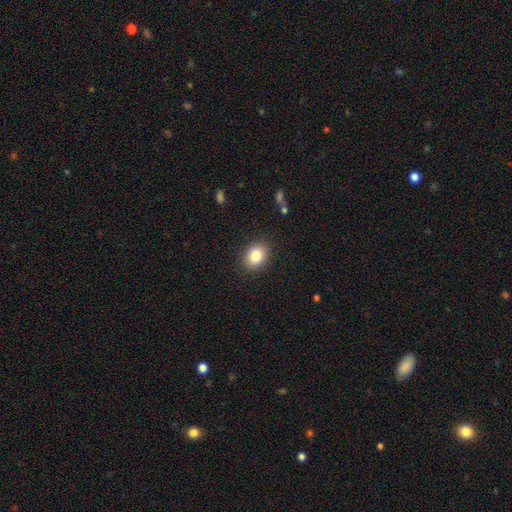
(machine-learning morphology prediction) smooth-or-featured: smooth: 85% | star or artifact: 8% | featured or disk: 7%
  how-rounded: in between: 60% | round: 39% | cigar-shaped: 1%
  merging: none: 88% | minor disturbance: 8% | major disturbance: 2% | merger: 1%